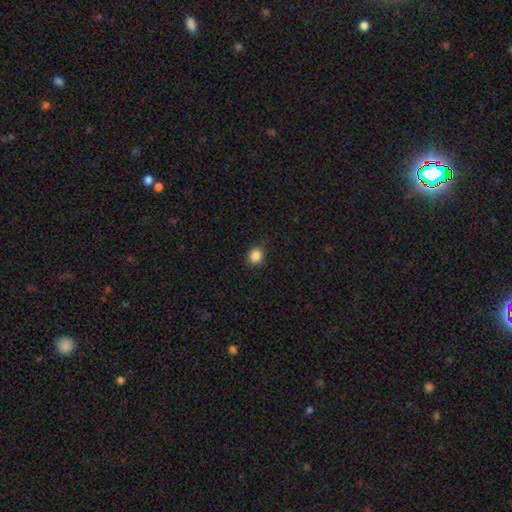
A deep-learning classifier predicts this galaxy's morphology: This appears to be a smooth galaxy with no disk features (86%) that is round (80%). Merging: none (81%).